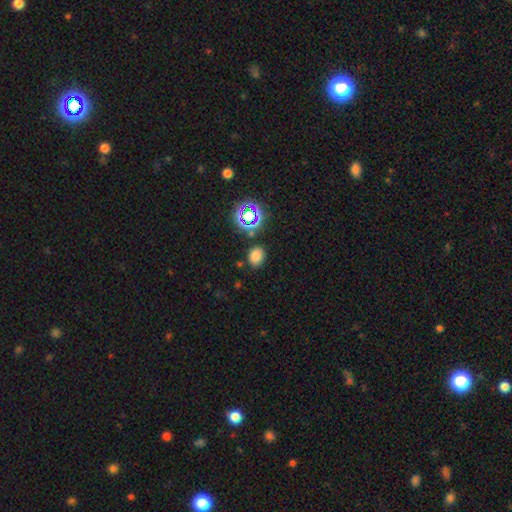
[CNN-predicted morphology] The model was most divided on "how rounded": round: 50%, in between: 49%, cigar-shaped: 1%. More confident: merging — none (82%); smooth or featured — smooth (73%).